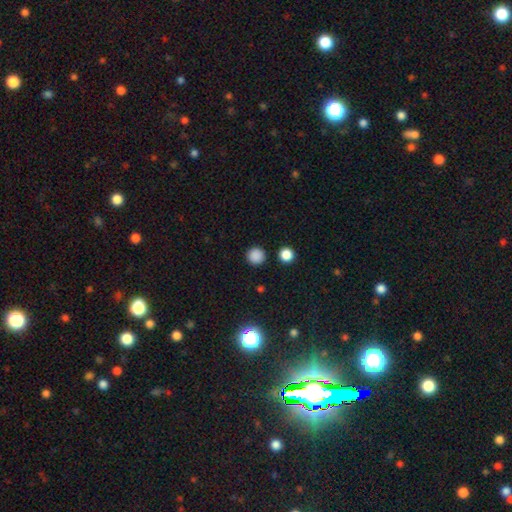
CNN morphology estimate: Smooth or featured: smooth — 85% (star or artifact — 12%)
How rounded: round — 95% (in between — 4%)
Merging: none — 91% (minor disturbance — 5%)